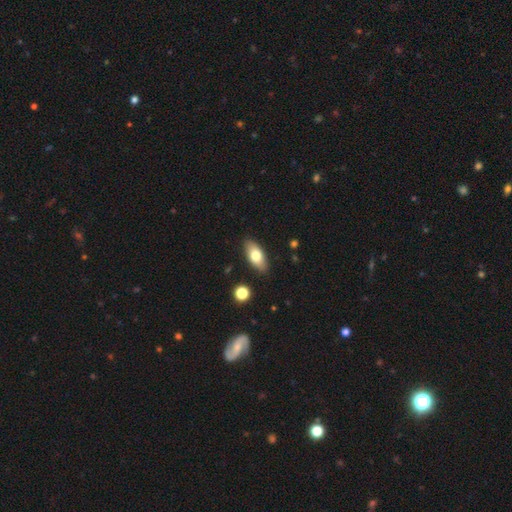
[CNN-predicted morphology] A smooth galaxy with no disk features (74%) that is in between round and cigar-shaped (87%).

Vote fractions:
- Smooth or featured? smooth: 74% / featured or disk: 19% / star or artifact: 7%
- How rounded? in between: 87% / cigar-shaped: 10% / round: 3%
- Merging? none: 87% / minor disturbance: 9% / major disturbance: 2% / merger: 2%